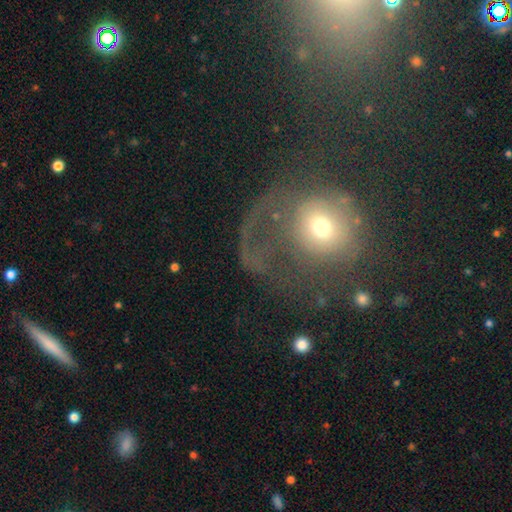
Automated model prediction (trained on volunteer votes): smooth-or-featured: smooth: 44% | featured or disk: 37% | star or artifact: 19%
  merging: major disturbance: 54% | none: 27% | minor disturbance: 12% | merger: 7%